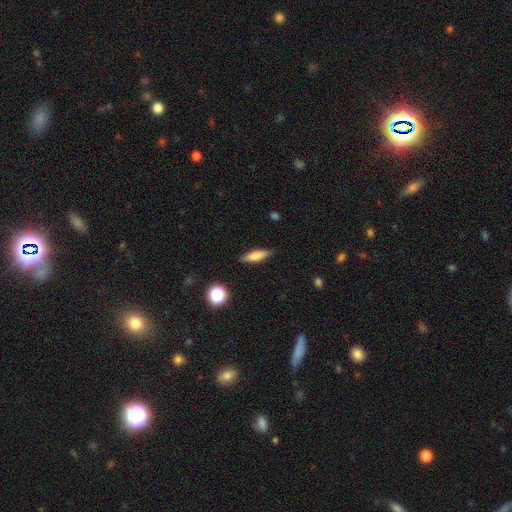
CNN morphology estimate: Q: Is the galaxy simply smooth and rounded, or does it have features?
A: smooth — 71%.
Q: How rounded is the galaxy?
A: cigar-shaped — 55%.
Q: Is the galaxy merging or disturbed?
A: none — 86%.